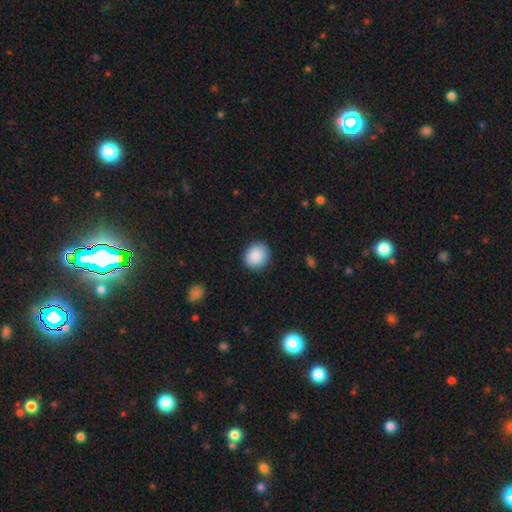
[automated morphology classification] This appears to be a smooth galaxy with no disk features (89%) that is round (75%). Merging: none (90%).